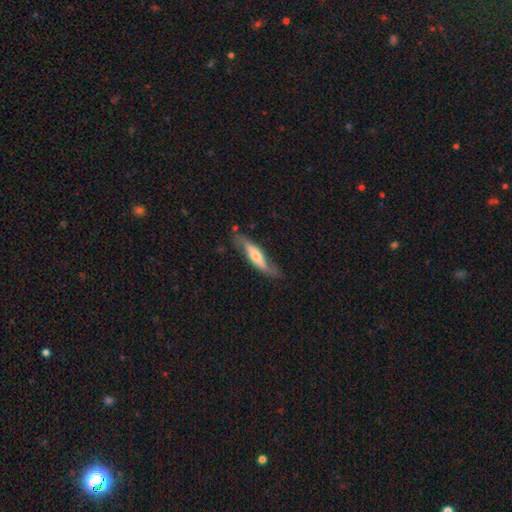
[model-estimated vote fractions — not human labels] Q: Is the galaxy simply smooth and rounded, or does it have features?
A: featured or disk — 62%.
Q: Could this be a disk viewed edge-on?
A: yes — 50%, tied with no.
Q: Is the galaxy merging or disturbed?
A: none — 70%.